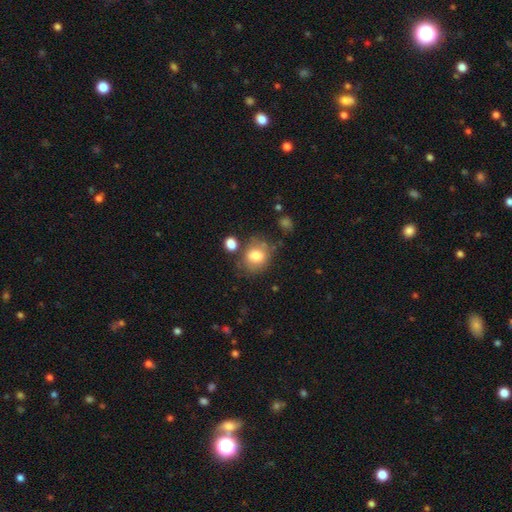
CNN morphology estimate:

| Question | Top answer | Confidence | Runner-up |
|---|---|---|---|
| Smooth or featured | smooth | 77% | featured or disk (14%) |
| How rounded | round | 51% | in between (48%) |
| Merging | none | 58% | minor disturbance (21%) |